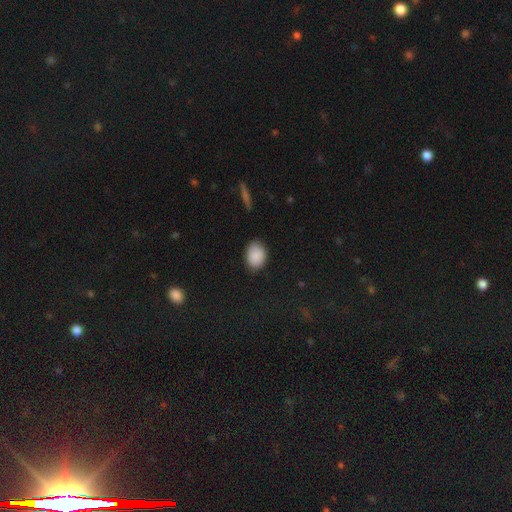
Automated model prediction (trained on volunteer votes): Smooth or featured: smooth — 88% (star or artifact — 7%)
How rounded: in between — 65% (round — 34%)
Merging: none — 81% (minor disturbance — 15%)